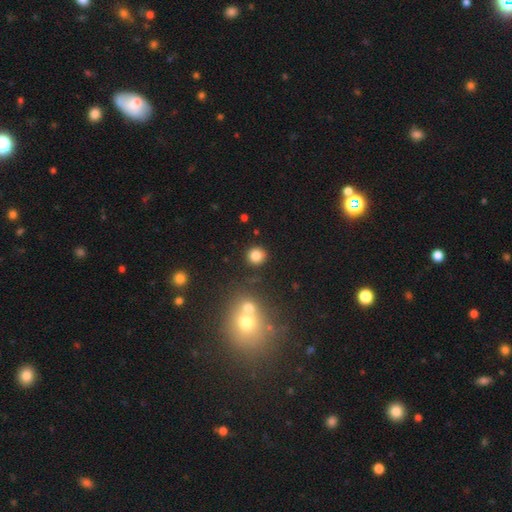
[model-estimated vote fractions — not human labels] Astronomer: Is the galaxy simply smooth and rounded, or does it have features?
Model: smooth — 82%.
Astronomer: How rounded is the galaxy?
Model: round — 90%.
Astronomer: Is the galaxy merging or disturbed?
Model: none — 85%.